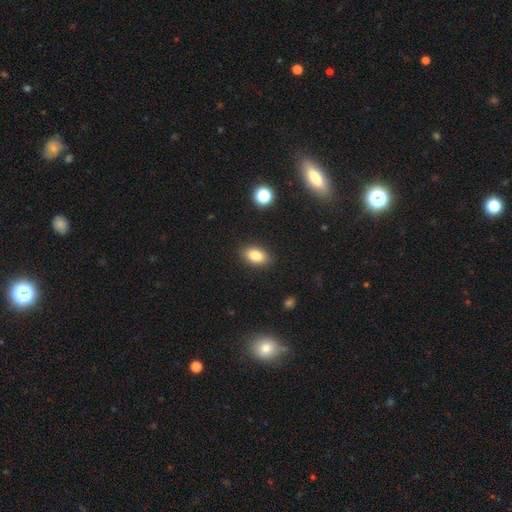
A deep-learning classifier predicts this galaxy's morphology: Smooth or featured?
  - smooth: 82% *
  - star or artifact: 9%
  - featured or disk: 8%
How rounded?
  - in between: 88% *
  - round: 10%
  - cigar-shaped: 2%
Merging?
  - none: 88% *
  - minor disturbance: 8%
  - major disturbance: 2%
  - merger: 1%